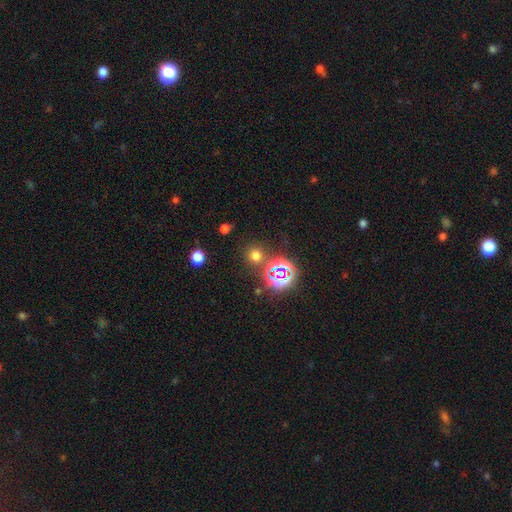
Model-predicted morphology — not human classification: A smooth galaxy with no disk features (62%) that is round (90%).

Vote fractions:
- Smooth or featured? smooth: 62% / star or artifact: 32% / featured or disk: 6%
- How rounded? round: 90% / in between: 9% / cigar-shaped: 1%
- Merging? none: 80% / merger: 8% / minor disturbance: 8% / major disturbance: 4%